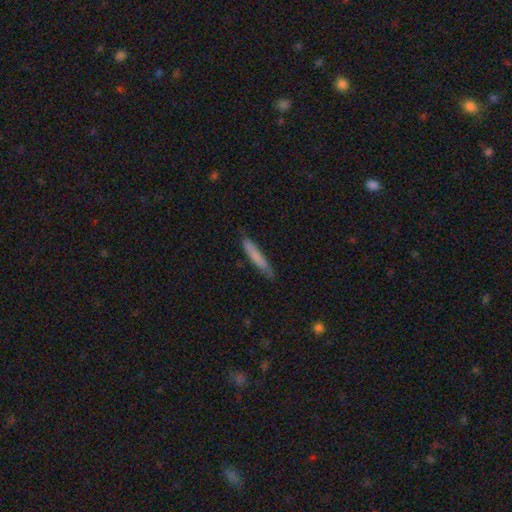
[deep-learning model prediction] A smooth galaxy with no disk features (75%) that is cigar-shaped (93%).

Vote fractions:
- Smooth or featured? smooth: 75% / featured or disk: 19% / star or artifact: 6%
- How rounded? cigar-shaped: 93% / in between: 6% / round: 1%
- Merging? none: 77% / minor disturbance: 19% / major disturbance: 3% / merger: 2%